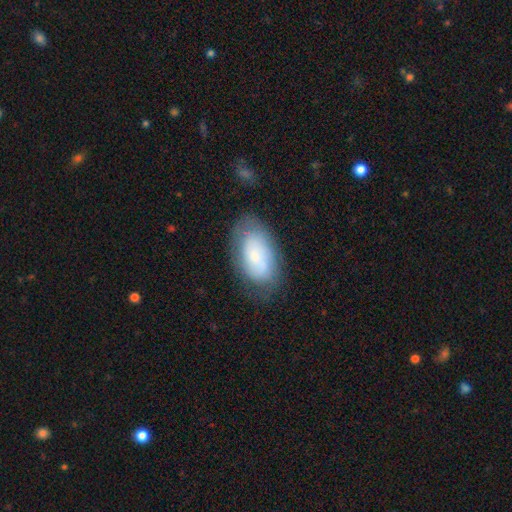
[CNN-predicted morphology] A smooth galaxy with no disk features (59%) that is in between round and cigar-shaped (93%).

Vote fractions:
- Smooth or featured? smooth: 59% / featured or disk: 33% / star or artifact: 8%
- How rounded? in between: 93% / round: 5% / cigar-shaped: 2%
- Merging? none: 69% / minor disturbance: 21% / major disturbance: 8% / merger: 2%